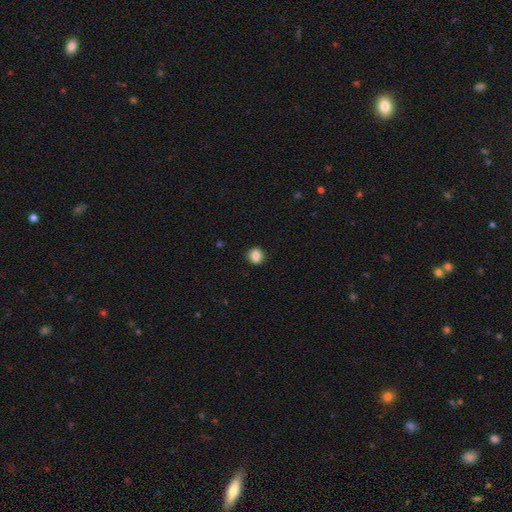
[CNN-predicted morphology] Smooth or featured?
  - smooth: 85% *
  - star or artifact: 9%
  - featured or disk: 5%
How rounded?
  - round: 79% *
  - in between: 20%
  - cigar-shaped: 1%
Merging?
  - none: 91% *
  - minor disturbance: 7%
  - major disturbance: 2%
  - merger: 1%